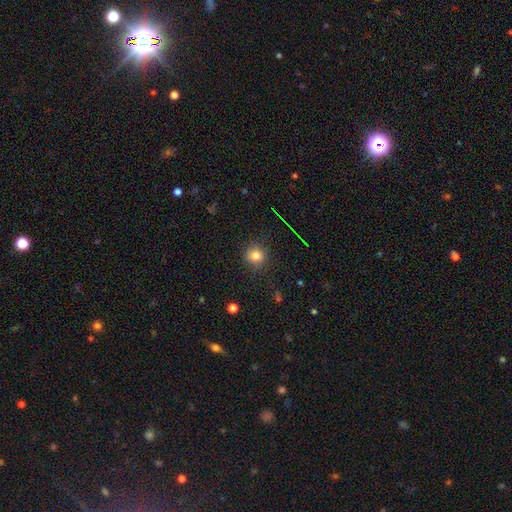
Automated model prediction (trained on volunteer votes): The model was most divided on "smooth or featured": smooth: 77%, star or artifact: 15%, featured or disk: 7%. More confident: merging — none (86%); how rounded — round (85%).